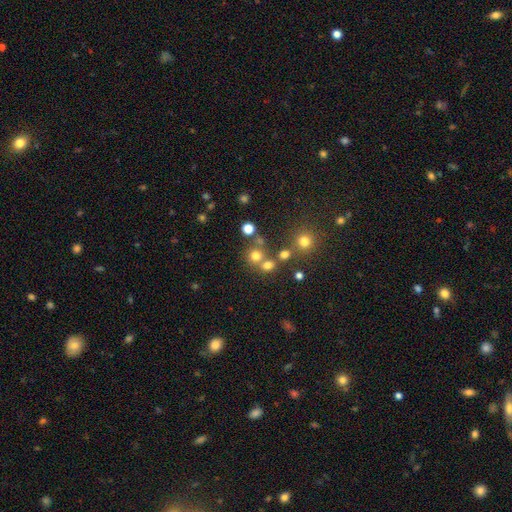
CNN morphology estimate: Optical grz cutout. It shows a smooth galaxy with no disk features (71%) that is round (88%). Merging: none (60%).